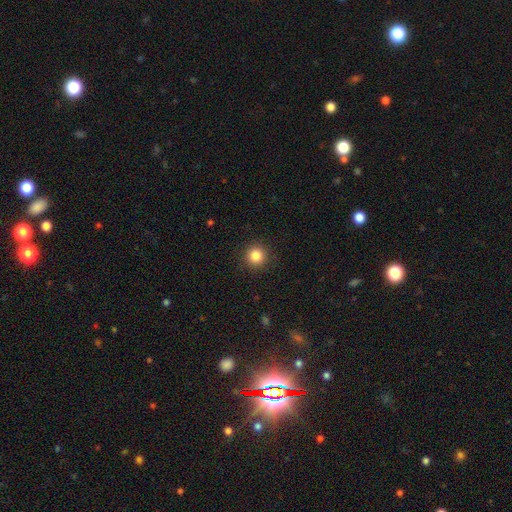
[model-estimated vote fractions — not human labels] Q: Smooth or featured?
A: smooth (84%); runner-up: star or artifact (11%)
Q: How rounded?
A: round (94%); runner-up: in between (5%)
Q: Merging?
A: none (91%); runner-up: minor disturbance (6%)